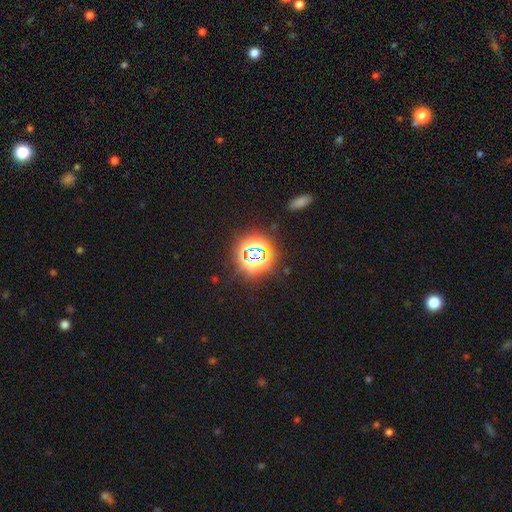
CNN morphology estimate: Smooth or featured?
  - star or artifact: 74% *
  - smooth: 17%
  - featured or disk: 9%